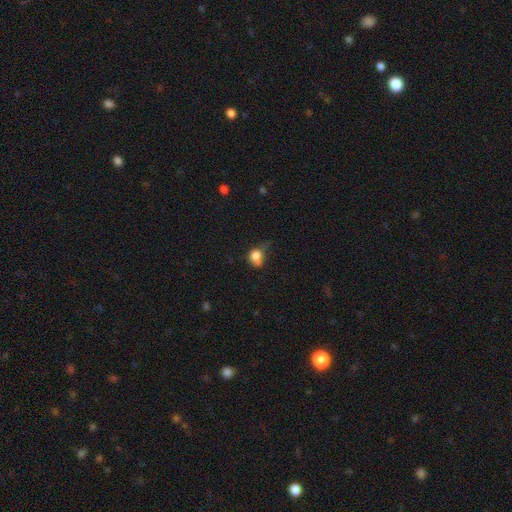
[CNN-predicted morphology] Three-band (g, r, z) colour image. It shows a smooth galaxy with no disk features (79%) that is round (53%). Merging: minor disturbance (40%).